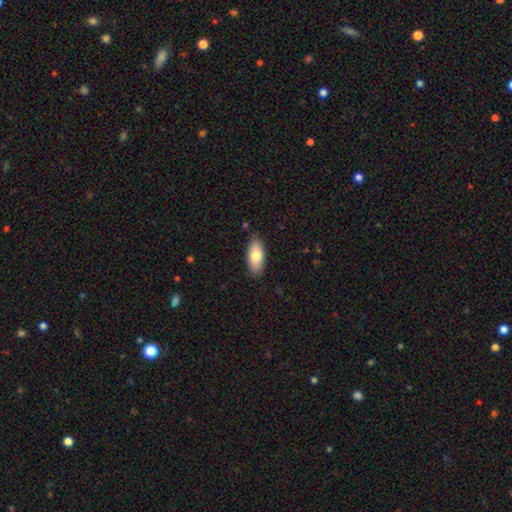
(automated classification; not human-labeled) Smooth or featured?
  - smooth: 78% *
  - featured or disk: 16%
  - star or artifact: 6%
How rounded?
  - in between: 85% *
  - cigar-shaped: 12%
  - round: 2%
Merging?
  - none: 86% *
  - minor disturbance: 10%
  - major disturbance: 2%
  - merger: 1%